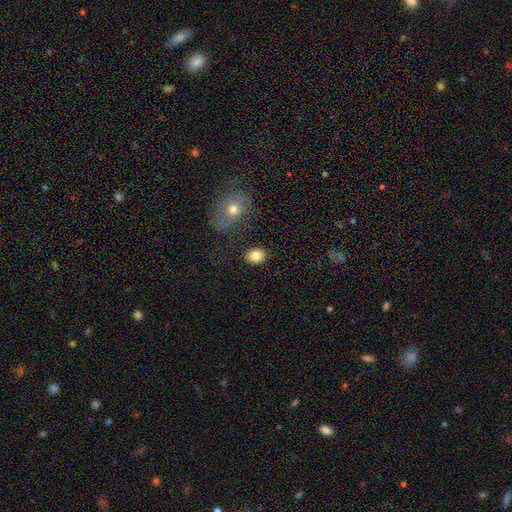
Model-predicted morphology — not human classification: type=smooth (83%); roundness=round (50%); merging=none (82%).